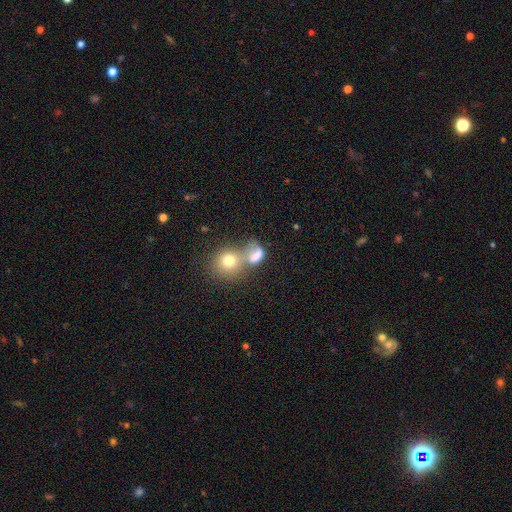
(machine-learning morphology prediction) Smooth or featured?
  - smooth: 71% *
  - featured or disk: 17%
  - star or artifact: 13%
How rounded?
  - in between: 57% *
  - round: 40%
  - cigar-shaped: 4%
Merging?
  - merger: 55% *
  - none: 23%
  - major disturbance: 12%
  - minor disturbance: 10%